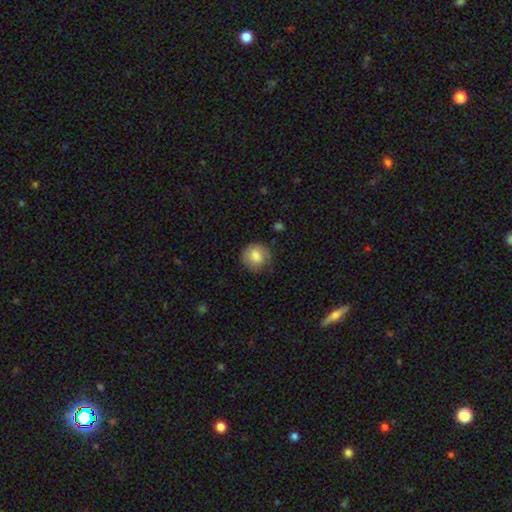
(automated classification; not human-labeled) smooth_or_featured: smooth (p=0.77) [alt: featured or disk p=0.16]
how_rounded: round (p=0.83) [alt: in between p=0.16]
merging: none (p=0.68) [alt: minor disturbance p=0.23]